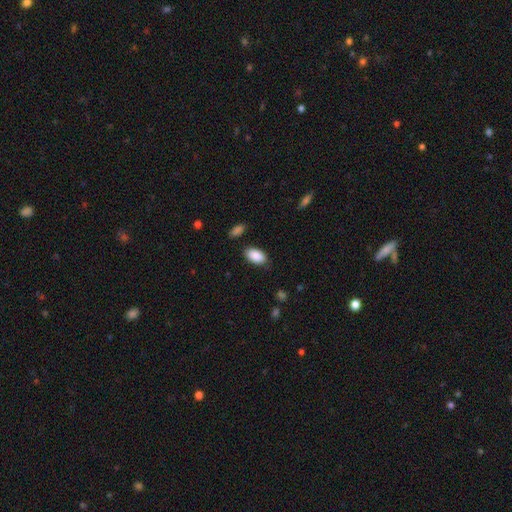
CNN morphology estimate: A smooth galaxy with no disk features (90%) that is in between round and cigar-shaped (94%).

Vote fractions:
- Smooth or featured? smooth: 90% / star or artifact: 6% / featured or disk: 4%
- How rounded? in between: 94% / round: 4% / cigar-shaped: 2%
- Merging? none: 83% / minor disturbance: 12% / major disturbance: 3% / merger: 2%